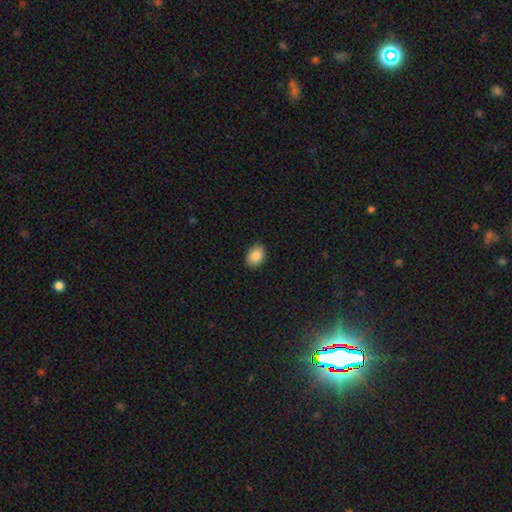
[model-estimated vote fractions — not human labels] This is clearly a smooth galaxy (88%). How rounded: likely in between (72%). Merging: clearly none (88%).